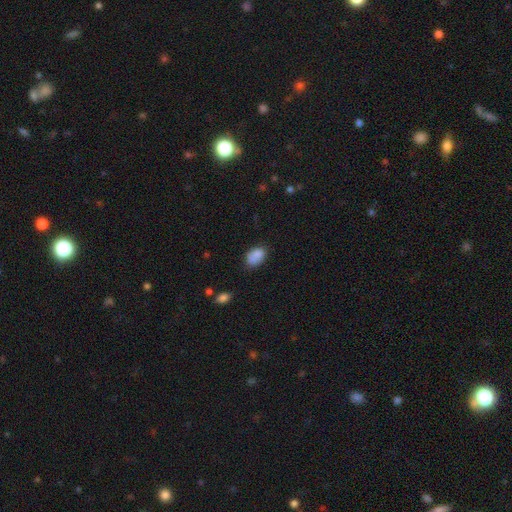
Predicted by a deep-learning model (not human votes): The model was most divided on "merging": none: 64%, minor disturbance: 24%, major disturbance: 6%, merger: 6%. More confident: how rounded — in between (86%); smooth or featured — smooth (84%).